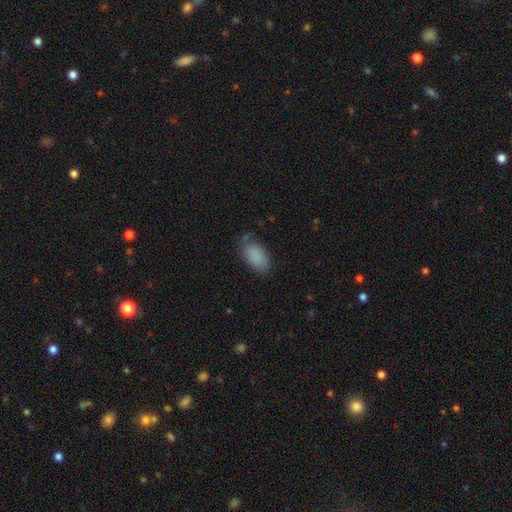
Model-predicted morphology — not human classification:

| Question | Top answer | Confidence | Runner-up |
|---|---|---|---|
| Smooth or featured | smooth | 87% | star or artifact (7%) |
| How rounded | in between | 94% | round (4%) |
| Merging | none | 67% | minor disturbance (24%) |